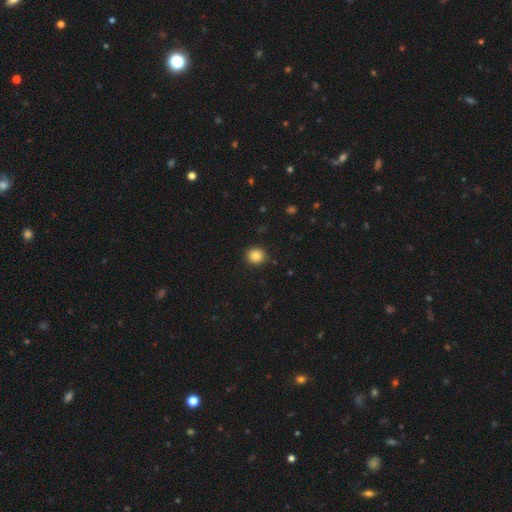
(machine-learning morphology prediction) Smooth or featured: smooth — 85% (star or artifact — 10%)
How rounded: round — 86% (in between — 13%)
Merging: none — 90% (minor disturbance — 7%)